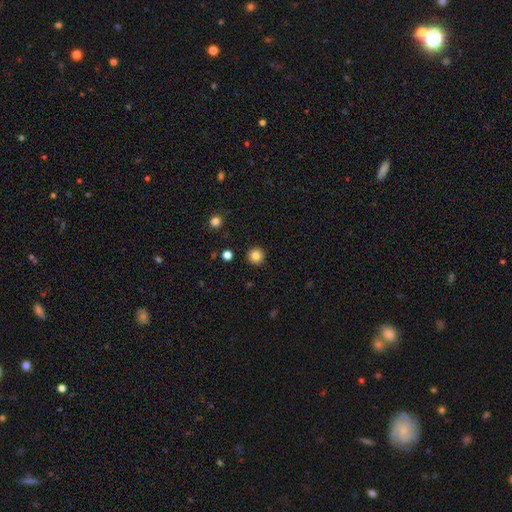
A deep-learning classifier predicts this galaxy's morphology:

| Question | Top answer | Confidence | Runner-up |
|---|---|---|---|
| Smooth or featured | smooth | 84% | star or artifact (12%) |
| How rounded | round | 96% | in between (3%) |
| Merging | none | 92% | minor disturbance (5%) |